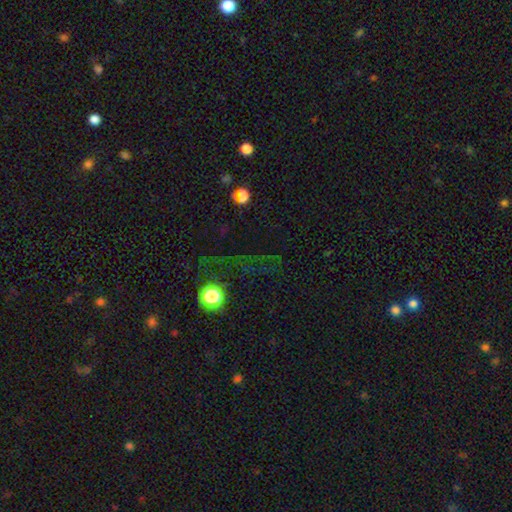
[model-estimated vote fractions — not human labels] Morphology: type=star or artifact (62%).